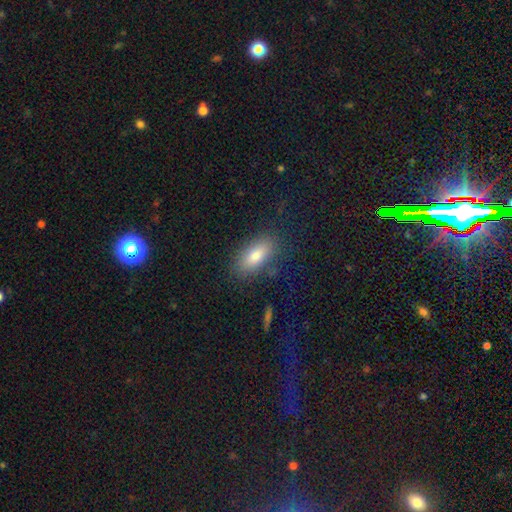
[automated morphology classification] The model was most divided on "smooth or featured": smooth: 79%, featured or disk: 13%, star or artifact: 9%. More confident: how rounded — in between (85%); merging — none (83%).